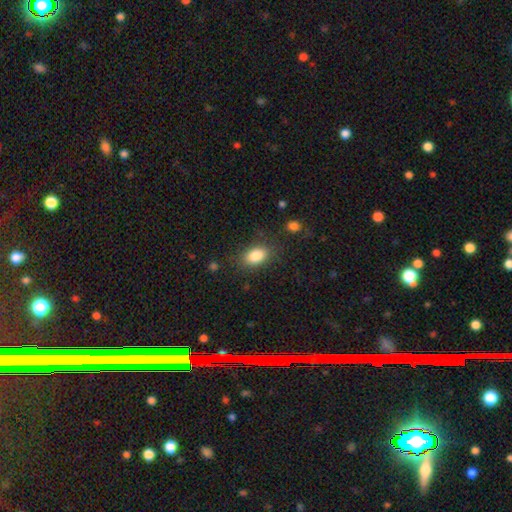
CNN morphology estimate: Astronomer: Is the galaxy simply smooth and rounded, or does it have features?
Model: smooth — 85%.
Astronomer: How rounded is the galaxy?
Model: in between — 86%.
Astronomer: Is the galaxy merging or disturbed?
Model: none — 81%.